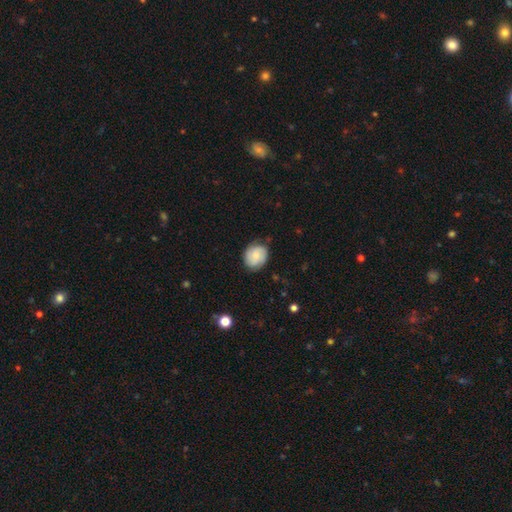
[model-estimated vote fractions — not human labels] smooth-or-featured: smooth: 59% | featured or disk: 33% | star or artifact: 8%
  how-rounded: round: 69% | in between: 30% | cigar-shaped: 1%
  merging: none: 79% | minor disturbance: 16% | major disturbance: 4% | merger: 1%